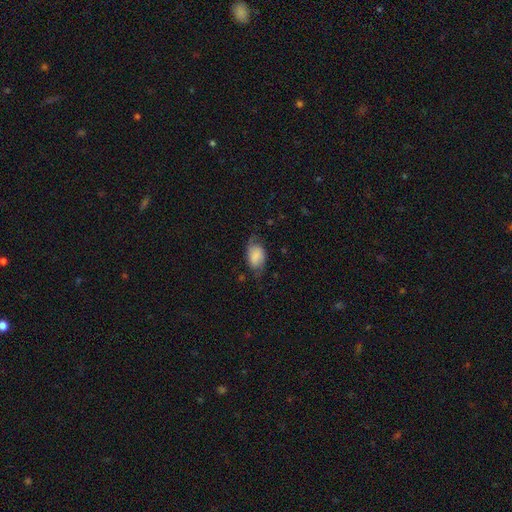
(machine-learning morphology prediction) smooth 59%, featured or disk 33%, star or artifact 8%. Down the decision tree: how rounded — in between (87%); merging — none (55%).